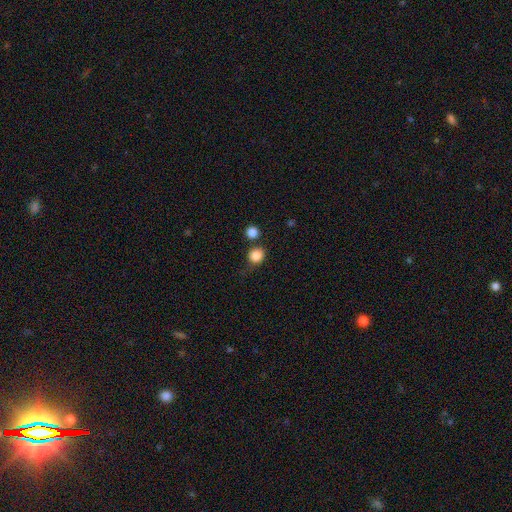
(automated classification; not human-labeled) Smooth or featured?
  - smooth: 85% *
  - star or artifact: 10%
  - featured or disk: 5%
How rounded?
  - round: 84% *
  - in between: 15%
  - cigar-shaped: 1%
Merging?
  - none: 67% *
  - minor disturbance: 15%
  - merger: 13%
  - major disturbance: 5%